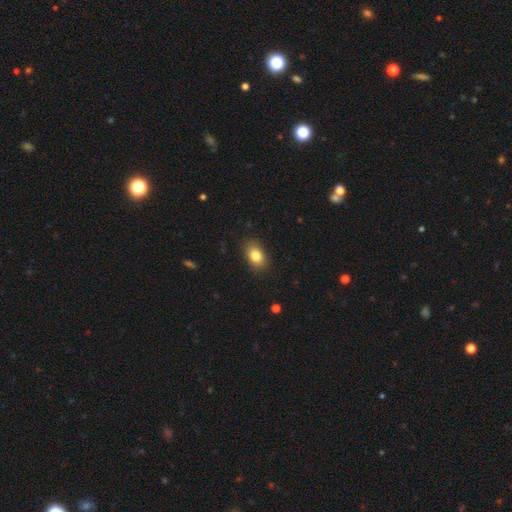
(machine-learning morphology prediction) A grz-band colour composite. It shows a smooth galaxy with no disk features (83%) that is in between round and cigar-shaped (82%). Merging: none (86%).